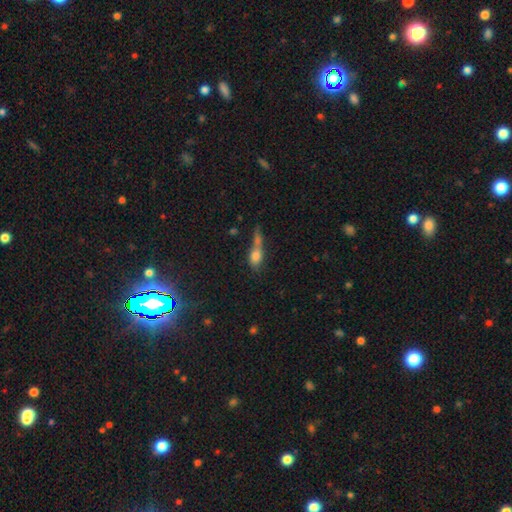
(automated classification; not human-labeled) Morphology: type=smooth (72%); roundness=in between (62%); merging=merger (49%).